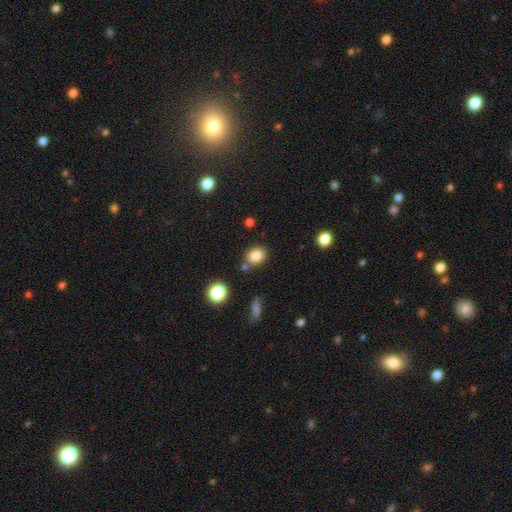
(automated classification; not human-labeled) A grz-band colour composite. It shows a smooth galaxy with no disk features (83%) that is round (53%). Merging: none (76%).